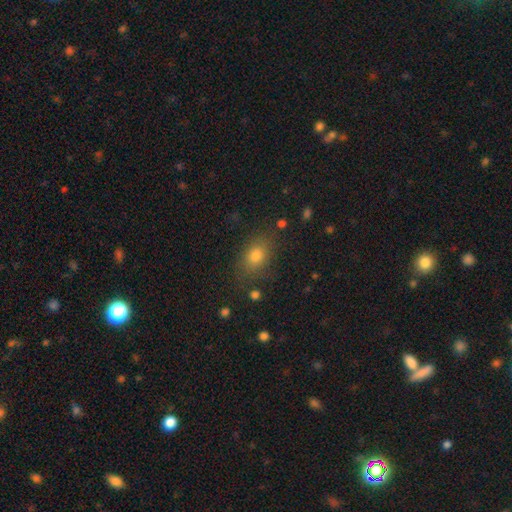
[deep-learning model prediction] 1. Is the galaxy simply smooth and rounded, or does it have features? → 76% smooth, 15% star or artifact, 9% featured or disk.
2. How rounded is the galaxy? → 69% in between, 29% round, 2% cigar-shaped.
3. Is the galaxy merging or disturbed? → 79% none, 14% minor disturbance, 5% major disturbance, 3% merger.